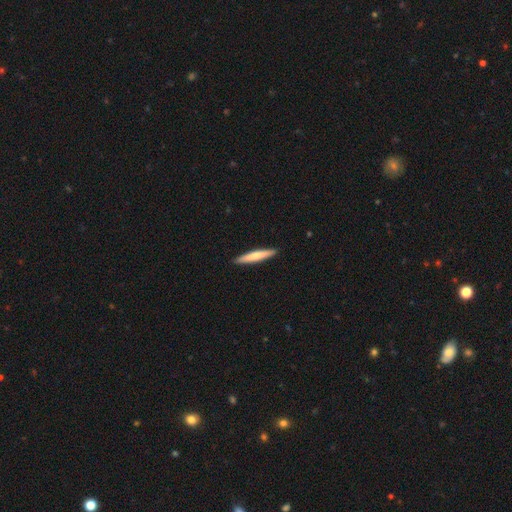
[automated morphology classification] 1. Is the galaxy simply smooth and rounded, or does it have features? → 65% smooth, 30% featured or disk, 5% star or artifact.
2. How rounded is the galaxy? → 93% cigar-shaped, 6% in between, 1% round.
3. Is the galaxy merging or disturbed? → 92% none, 6% minor disturbance, 1% major disturbance, 1% merger.